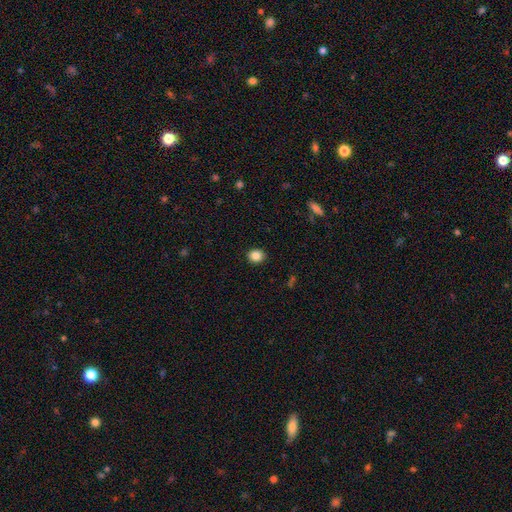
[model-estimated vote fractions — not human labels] This appears to be a smooth galaxy with no disk features (86%) that is round (72%). Merging: none (90%).